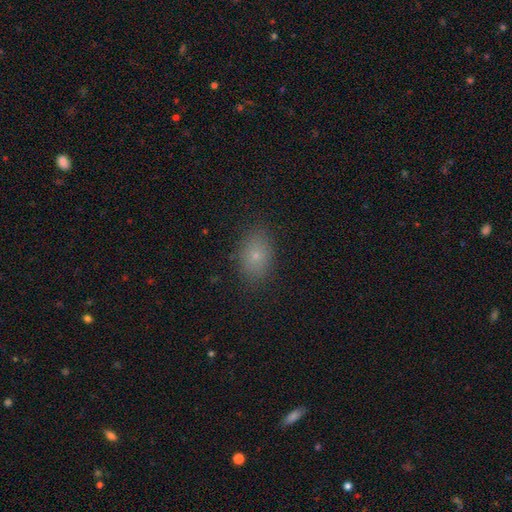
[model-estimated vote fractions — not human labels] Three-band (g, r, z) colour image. It shows a smooth galaxy with no disk features (74%) that is in between round and cigar-shaped (81%). Merging: none (85%).